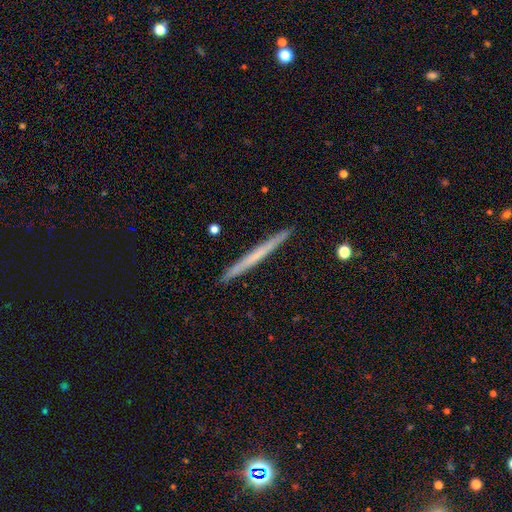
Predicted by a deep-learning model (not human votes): The model was most divided on "smooth or featured": smooth: 48%, featured or disk: 47%, star or artifact: 6%. More confident: merging — none (93%).